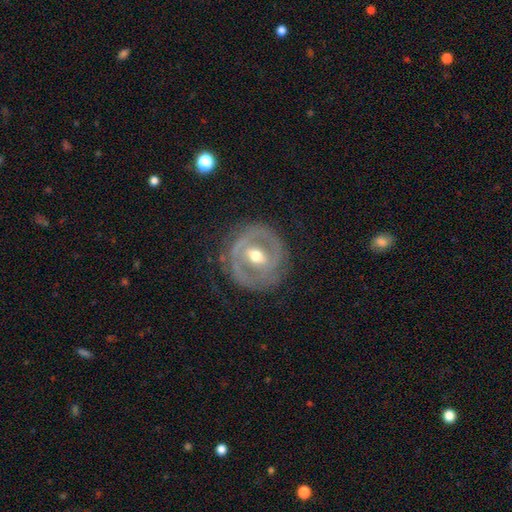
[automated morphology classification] Smooth or featured? Predicted: featured or disk (p=0.77). Edge-on disk? Predicted: no (p=0.94). Bar? Predicted: weak (p=0.41). Spiral arms? Predicted: yes (p=0.54). Bulge size? Predicted: moderate (p=0.75). Merging? Predicted: none (p=0.72).